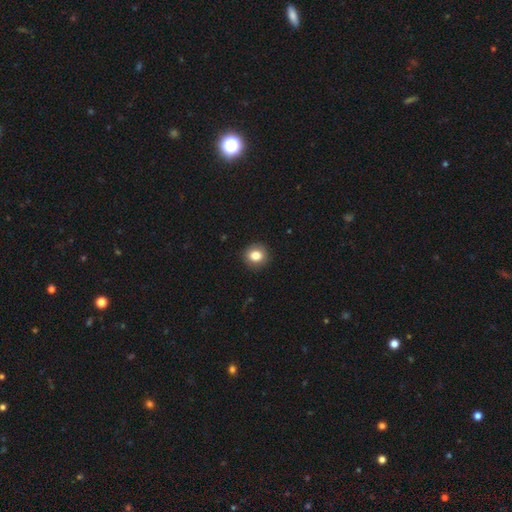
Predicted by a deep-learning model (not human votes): Q: Smooth or featured?
A: smooth (83%); runner-up: star or artifact (10%)
Q: How rounded?
A: round (85%); runner-up: in between (14%)
Q: Merging?
A: none (91%); runner-up: minor disturbance (6%)